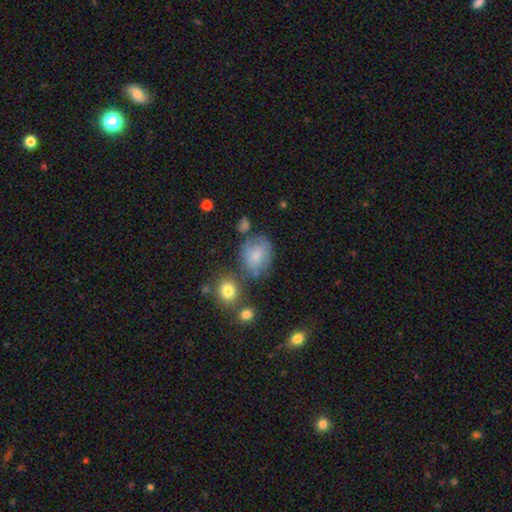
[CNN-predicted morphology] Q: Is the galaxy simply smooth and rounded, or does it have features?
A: smooth — 71%.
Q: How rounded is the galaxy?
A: in between — 51%.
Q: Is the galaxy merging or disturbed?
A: none — 55%.